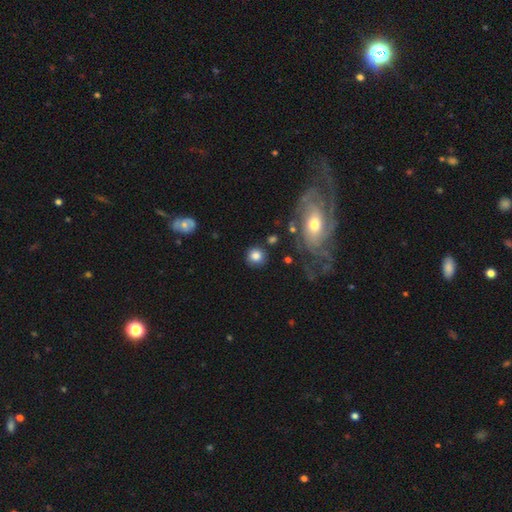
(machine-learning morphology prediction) Smooth or featured? smooth (81%)
How rounded? round (90%)
Merging? none (85%)